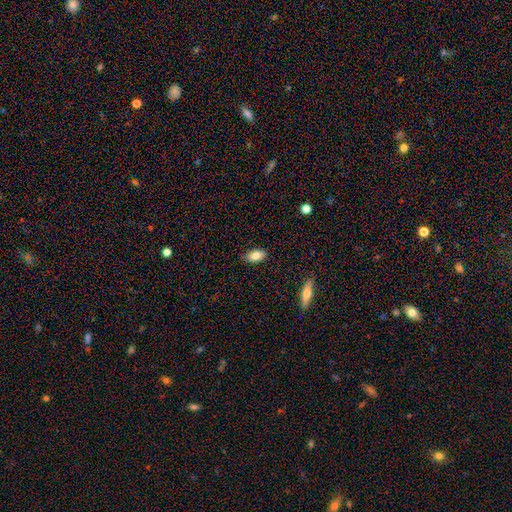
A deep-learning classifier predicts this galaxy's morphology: Overall: smooth (83%). How rounded: in between (92%). Merging: none (85%).